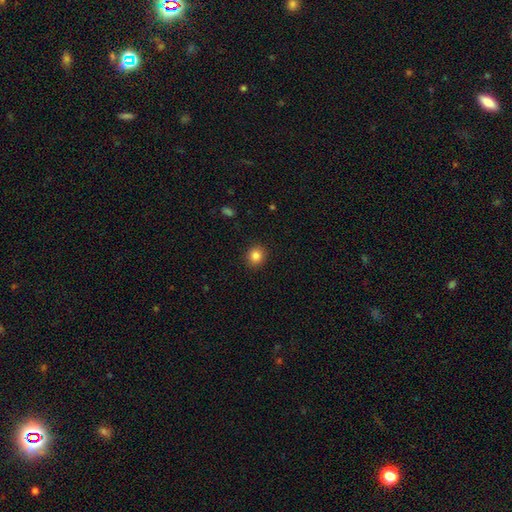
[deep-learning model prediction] Morphology: type=smooth (84%); roundness=round (84%); merging=none (91%).